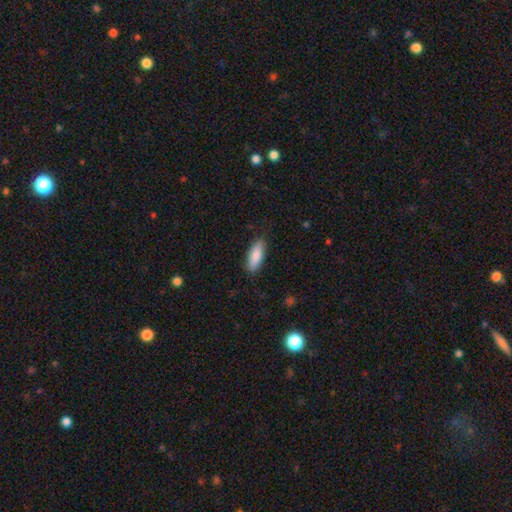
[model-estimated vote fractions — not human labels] Morphology: type=smooth (87%); roundness=in between (70%); merging=none (85%).